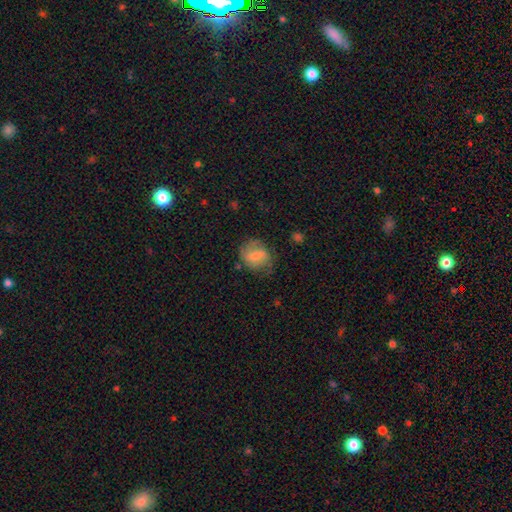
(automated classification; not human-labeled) Overall: smooth (56%; featured or disk 36%). How rounded: round (55%; in between 43%). Merging: none (64%; minor disturbance 24%).